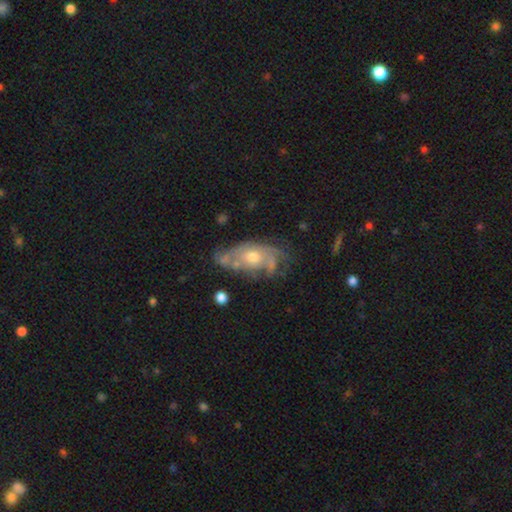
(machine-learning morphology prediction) Smooth or featured: featured or disk — 75% (smooth — 18%)
Edge-on disk: no — 93% (yes — 7%)
Bar: no — 80% (weak — 17%)
Spiral arms: yes — 78% (no — 22%)
Spiral winding: tight — 45% (medium — 37%)
Spiral arm count: can't tell — 48% (2 — 20%)
Bulge size: moderate — 63% (small — 30%)
Merging: none — 50% (minor disturbance — 26%)